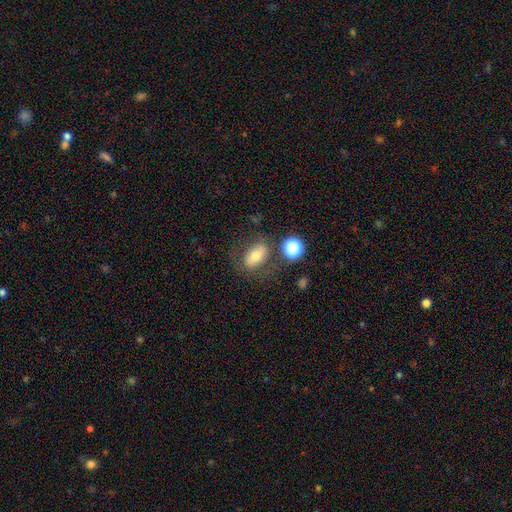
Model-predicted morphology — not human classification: This appears to be a smooth galaxy with no disk features (64%) that is in between round and cigar-shaped (82%). Merging: none (63%).